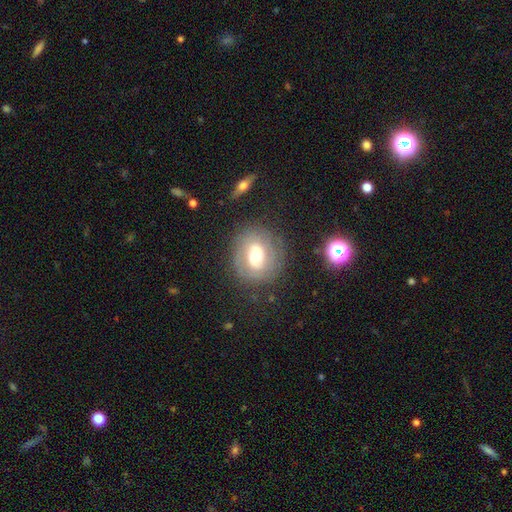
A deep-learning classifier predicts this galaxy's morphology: This appears to be a featured or disk galaxy (54%) with no bar (47%), spiral arms (62%) and a moderate central bulge (60%). Merging: none (76%).